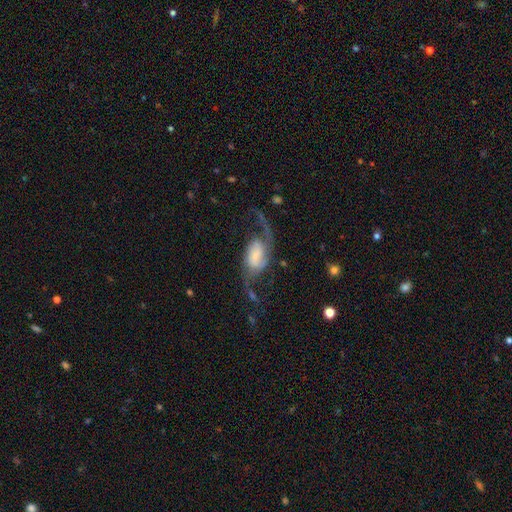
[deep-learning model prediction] featured or disk 78%, smooth 15%, star or artifact 6%. Down the decision tree: edge-on disk — no (96%); bar — no (42%); spiral arms — yes (94%); spiral arm count — 2 (85%); spiral winding — loose (67%); bulge size — small (42%); merging — none (41%).